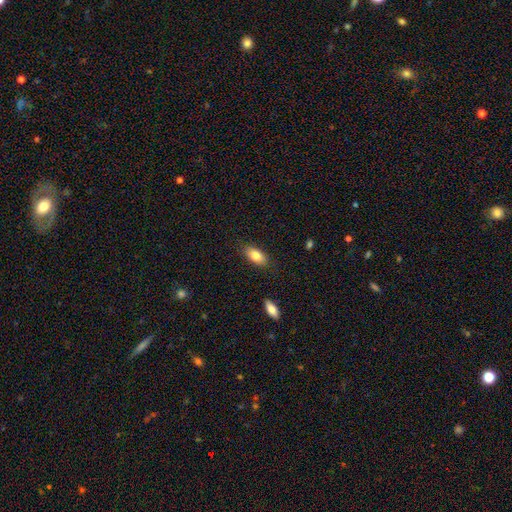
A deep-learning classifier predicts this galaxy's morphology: Smooth or featured? Predicted: smooth (p=0.82). How rounded? Predicted: in between (p=0.89). Merging? Predicted: none (p=0.85).